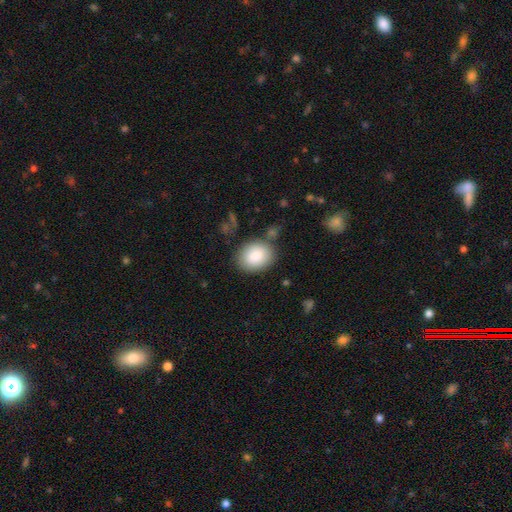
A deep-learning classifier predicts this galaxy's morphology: This appears to be a smooth galaxy with no disk features (85%) that is round (53%). Merging: none (79%).